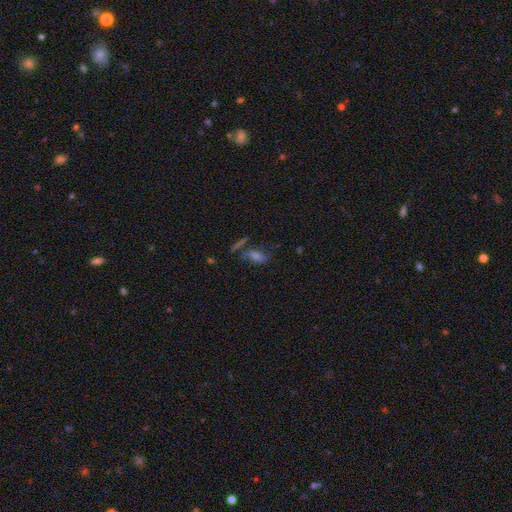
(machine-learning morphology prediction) A smooth galaxy with no disk features (38%, tied with featured or disk). Merging: none (55%).